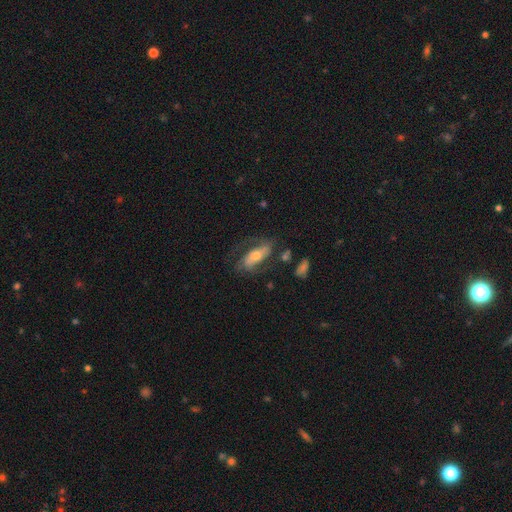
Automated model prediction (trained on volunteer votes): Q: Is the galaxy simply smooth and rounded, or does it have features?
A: featured or disk — 65%.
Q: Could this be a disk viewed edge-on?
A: no — 85%.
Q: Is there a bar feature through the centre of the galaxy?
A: no — 40%.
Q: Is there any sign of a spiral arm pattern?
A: yes — 81%.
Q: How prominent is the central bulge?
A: moderate — 57%.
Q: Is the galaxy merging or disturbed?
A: none — 55%.